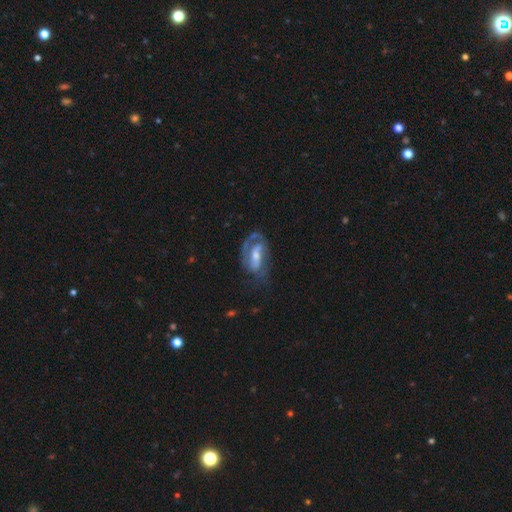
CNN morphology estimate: smooth-or-featured: featured or disk: 77% | smooth: 17% | star or artifact: 6%
  disk-edge-on: no: 94% | yes: 6%
    bar: weak: 39% | strong: 31% | no: 30%
    has-spiral-arms: yes: 86% | no: 14%
      spiral-winding: medium: 43% | tight: 38% | loose: 19%
      spiral-arm-count: 2: 58% | 1: 23% | can't tell: 14% | 3: 3% | 4: 1% | more than 4: 1%
    bulge-size: moderate: 50% | small: 37% | large: 8% | none: 4% | dominant: 1%
  merging: none: 54% | minor disturbance: 22% | major disturbance: 21% | merger: 3%